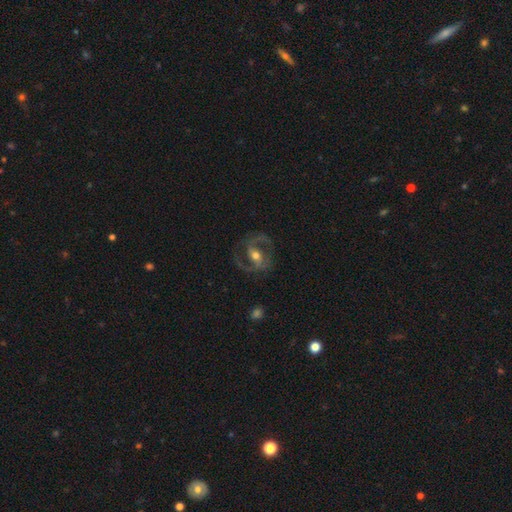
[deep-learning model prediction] smooth-or-featured: featured or disk: 82% | smooth: 12% | star or artifact: 5%
  disk-edge-on: no: 96% | yes: 4%
    bar: weak: 38% | strong: 31% | no: 31%
    has-spiral-arms: yes: 86% | no: 14%
      spiral-winding: medium: 56% | tight: 22% | loose: 22%
      spiral-arm-count: 2: 88% | can't tell: 5% | 1: 4% | 3: 2% | 4: 1% | more than 4: 1%
    bulge-size: moderate: 72% | small: 17% | large: 8% | none: 1% | dominant: 1%
  merging: none: 73% | minor disturbance: 14% | major disturbance: 11% | merger: 2%